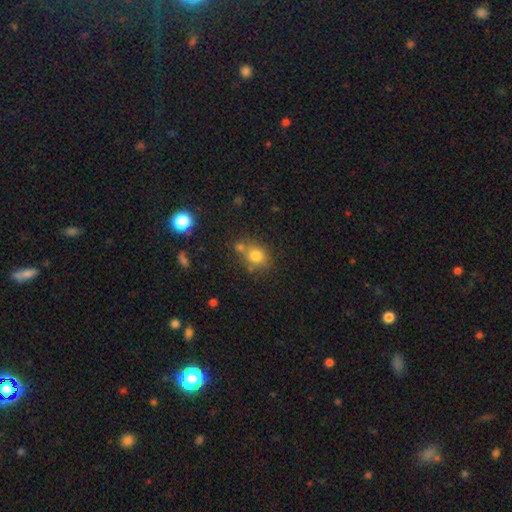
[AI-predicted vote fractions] Q: Smooth or featured?
A: smooth (77%); runner-up: star or artifact (13%)
Q: How rounded?
A: round (67%); runner-up: in between (32%)
Q: Merging?
A: none (59%); runner-up: merger (23%)